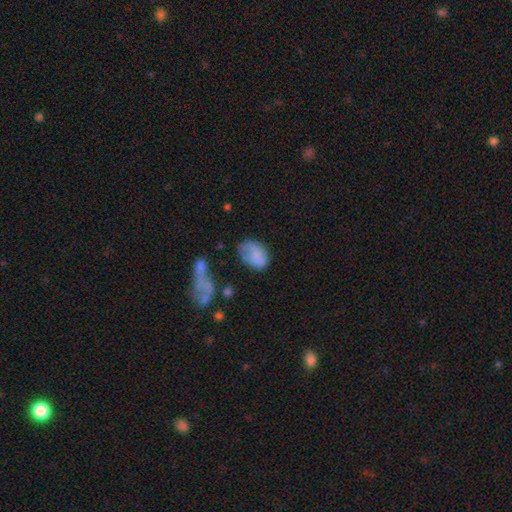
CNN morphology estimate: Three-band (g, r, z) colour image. It shows a smooth galaxy with no disk features (71%) that is in between round and cigar-shaped (85%). Merging: none (40%).